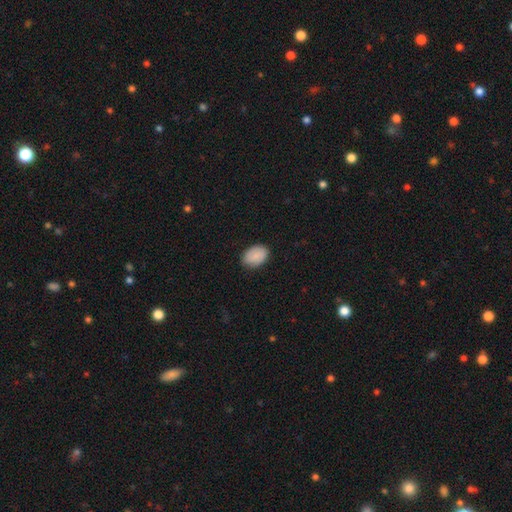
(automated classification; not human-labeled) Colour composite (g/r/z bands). It shows a smooth galaxy with no disk features (88%) that is in between round and cigar-shaped (85%). Merging: none (84%).